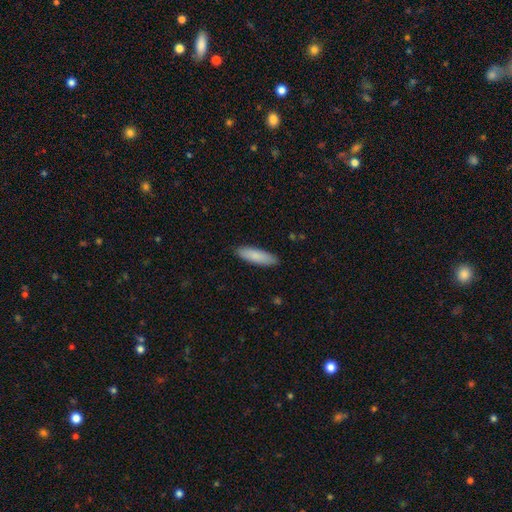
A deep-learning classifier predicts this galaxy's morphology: smooth-or-featured: smooth: 86% | featured or disk: 9% | star or artifact: 5%
  how-rounded: cigar-shaped: 56% | in between: 43% | round: 1%
  merging: none: 89% | minor disturbance: 8% | major disturbance: 2% | merger: 1%